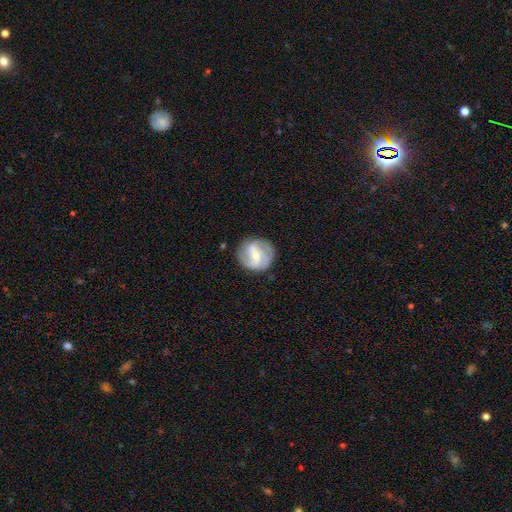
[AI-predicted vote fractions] Morphology: type=featured or disk (78%); edge-on=no (97%); bar=weak (43%); spiral arms=yes (88%); winding=medium (45%); arm count=2 (65%); bulge=small (53%); merging=none (78%).